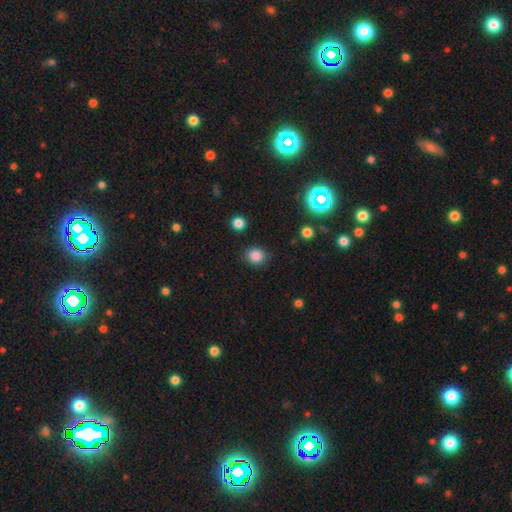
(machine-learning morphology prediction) Q: Smooth or featured?
A: smooth (84%); runner-up: star or artifact (12%)
Q: How rounded?
A: round (81%); runner-up: in between (18%)
Q: Merging?
A: none (87%); runner-up: minor disturbance (8%)